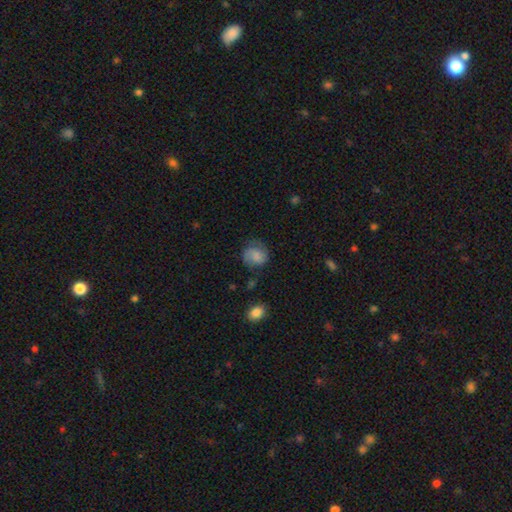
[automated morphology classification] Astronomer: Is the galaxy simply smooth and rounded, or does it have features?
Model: smooth — 67%.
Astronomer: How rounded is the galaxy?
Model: round — 72%.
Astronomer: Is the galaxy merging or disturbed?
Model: none — 60%.